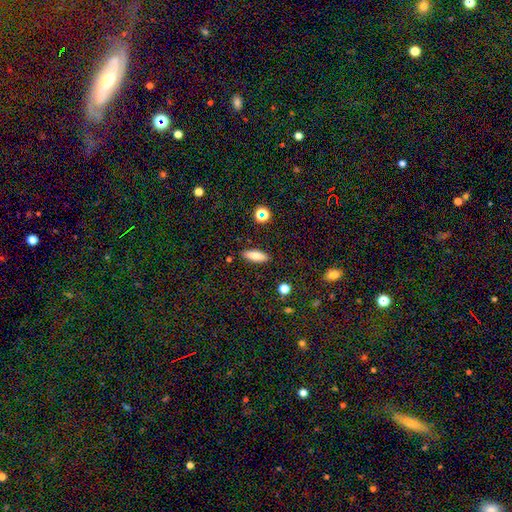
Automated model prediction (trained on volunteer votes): Overall: smooth (76%). How rounded: in between (55%; cigar-shaped 42%). Merging: none (88%).